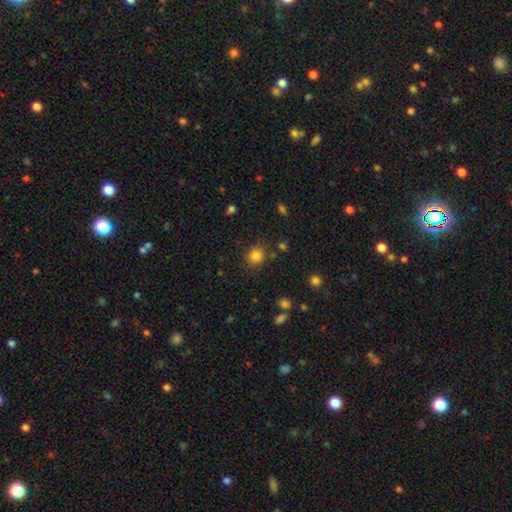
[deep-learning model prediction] Smooth or featured?
  - smooth: 81% *
  - star or artifact: 13%
  - featured or disk: 6%
How rounded?
  - round: 83% *
  - in between: 16%
  - cigar-shaped: 1%
Merging?
  - none: 81% *
  - minor disturbance: 12%
  - merger: 4%
  - major disturbance: 4%